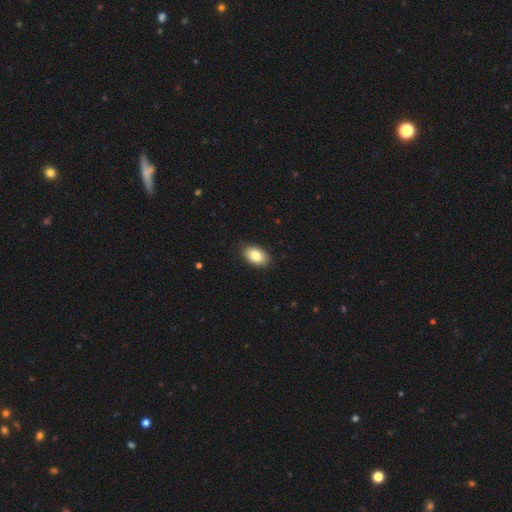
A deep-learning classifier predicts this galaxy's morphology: This appears to be a smooth galaxy with no disk features (83%) that is in between round and cigar-shaped (92%). Merging: none (88%).